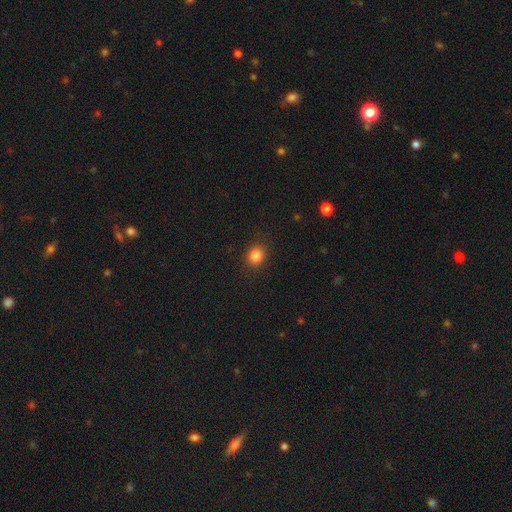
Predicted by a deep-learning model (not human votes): smooth_or_featured: smooth (p=0.84) [alt: star or artifact p=0.12]
how_rounded: round (p=0.71) [alt: in between p=0.28]
merging: none (p=0.88) [alt: minor disturbance p=0.08]